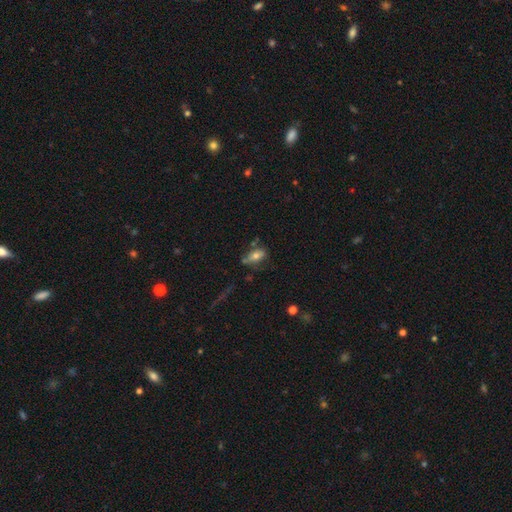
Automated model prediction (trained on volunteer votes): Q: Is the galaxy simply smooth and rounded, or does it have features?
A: smooth — 63%.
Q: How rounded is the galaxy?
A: in between — 84%.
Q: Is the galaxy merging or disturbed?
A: none — 57%.